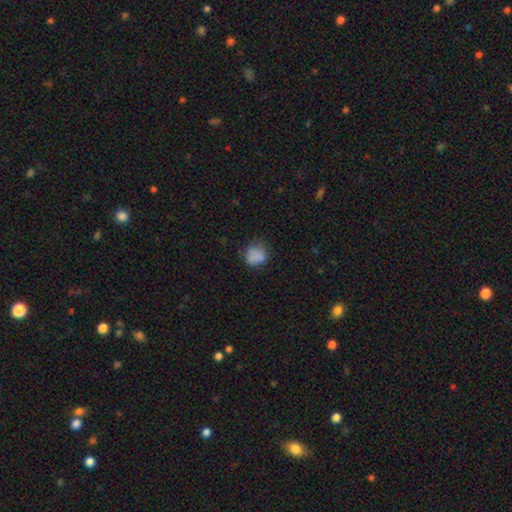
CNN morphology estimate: Smooth or featured? Predicted: smooth (p=0.80). How rounded? Predicted: round (p=0.75). Merging? Predicted: none (p=0.61).